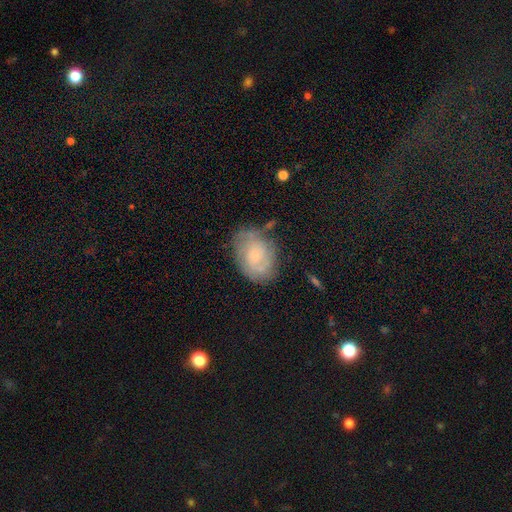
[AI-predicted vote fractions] This is possibly a featured or disk galaxy (52%). It is clearly not viewed edge-on (97%). Bar: likely no (75%). Spiral arm pattern: likely yes (74%). Central bulge: likely small (60%). Merging: likely none (64%).